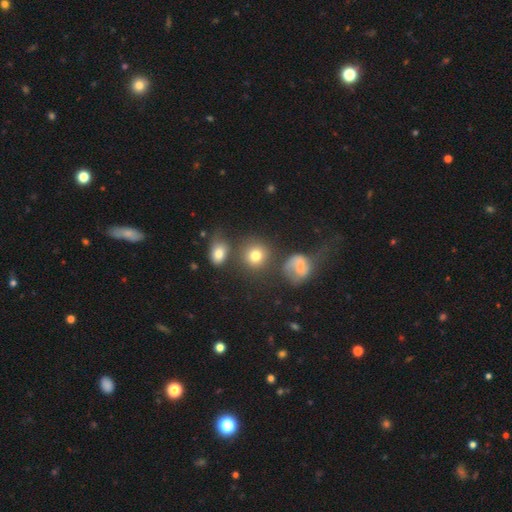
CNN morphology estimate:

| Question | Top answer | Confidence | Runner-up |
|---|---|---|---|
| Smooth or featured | smooth | 76% | featured or disk (13%) |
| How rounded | round | 87% | in between (12%) |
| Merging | none | 67% | merger (12%) |